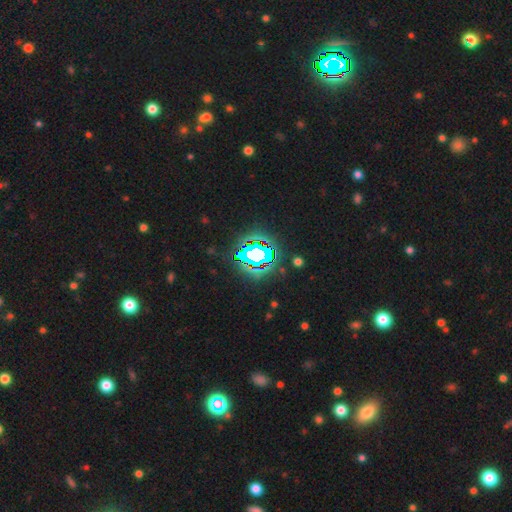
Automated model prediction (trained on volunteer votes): This appears to be a star or artifact, not a galaxy (78%).